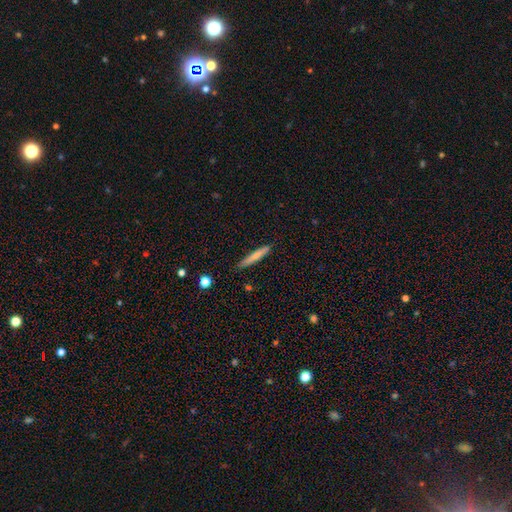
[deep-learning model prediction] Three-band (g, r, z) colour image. It shows a smooth galaxy with no disk features (66%) that is cigar-shaped (93%). Merging: none (85%).